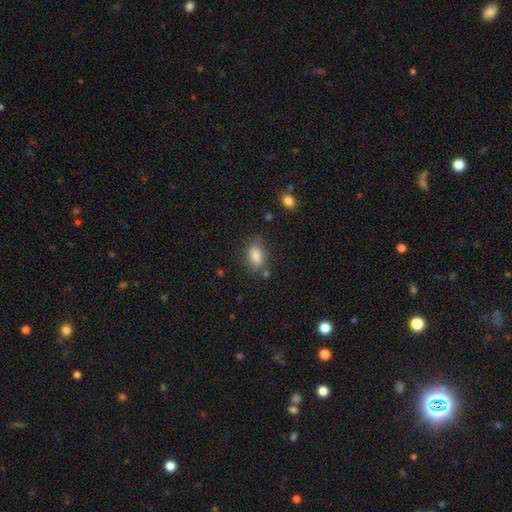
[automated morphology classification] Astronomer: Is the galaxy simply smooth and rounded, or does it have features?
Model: smooth — 85%.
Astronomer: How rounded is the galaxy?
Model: in between — 86%.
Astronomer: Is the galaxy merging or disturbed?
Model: none — 74%.